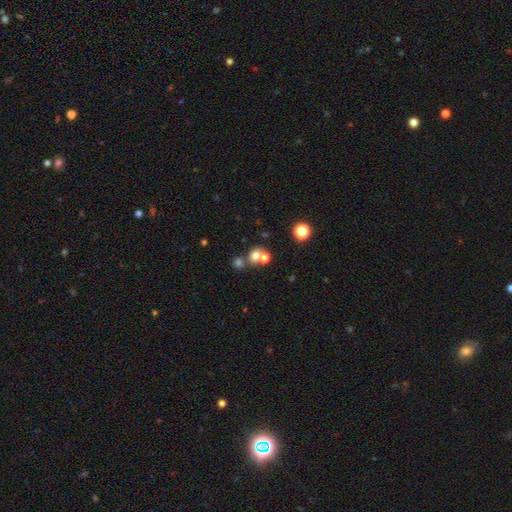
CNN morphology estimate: Smooth or featured?
  - smooth: 68% *
  - star or artifact: 17%
  - featured or disk: 15%
How rounded?
  - round: 73% *
  - in between: 26%
  - cigar-shaped: 1%
Merging?
  - merger: 48% *
  - none: 40%
  - minor disturbance: 7%
  - major disturbance: 4%